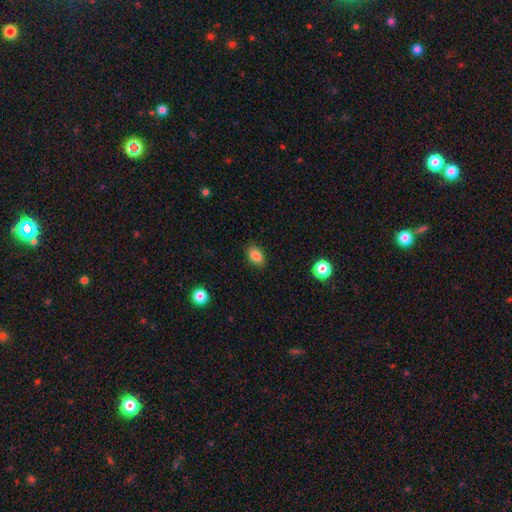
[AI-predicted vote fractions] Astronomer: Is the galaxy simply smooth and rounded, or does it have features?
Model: smooth — 85%.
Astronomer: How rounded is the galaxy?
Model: in between — 82%.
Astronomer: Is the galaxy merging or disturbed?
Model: none — 85%.